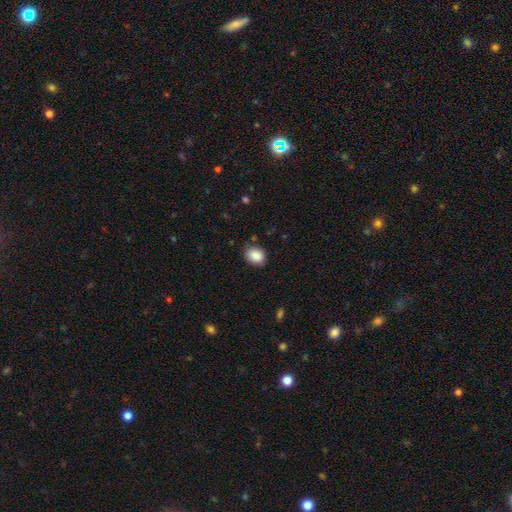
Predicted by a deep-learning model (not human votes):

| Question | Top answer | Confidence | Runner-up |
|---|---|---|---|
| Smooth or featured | smooth | 88% | star or artifact (8%) |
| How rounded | in between | 51% | round (48%) |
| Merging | none | 82% | minor disturbance (13%) |